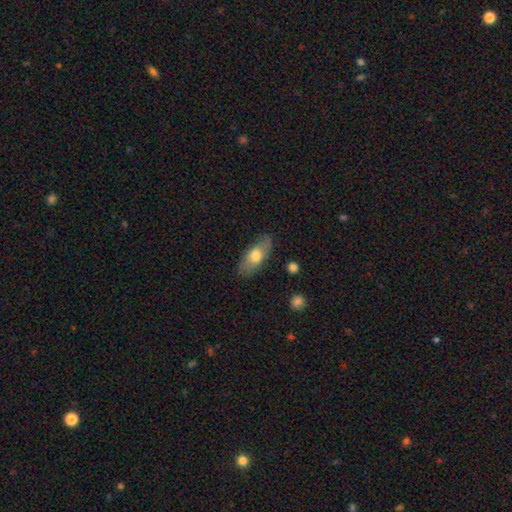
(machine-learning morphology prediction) smooth_or_featured: smooth (p=0.66) [alt: featured or disk p=0.27]
how_rounded: in between (p=0.80) [alt: cigar-shaped p=0.16]
merging: none (p=0.78) [alt: minor disturbance p=0.17]